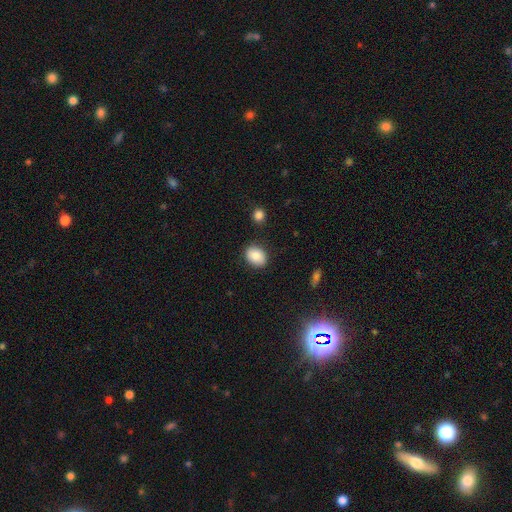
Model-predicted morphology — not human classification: A smooth galaxy with no disk features (83%) that is in between round and cigar-shaped (64%).

Vote fractions:
- Smooth or featured? smooth: 83% / featured or disk: 9% / star or artifact: 8%
- How rounded? in between: 64% / round: 35% / cigar-shaped: 1%
- Merging? none: 84% / minor disturbance: 11% / major disturbance: 3% / merger: 2%